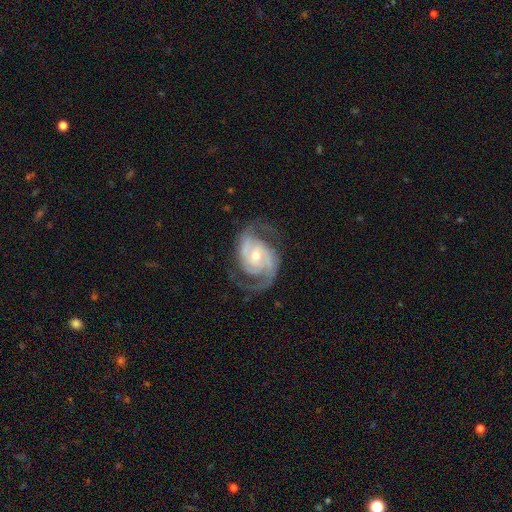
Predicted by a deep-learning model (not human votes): A featured or disk galaxy (92%) with no bar (51%), 2 (76%) medium (48%) spiral arms (98%) and a moderate central bulge (58%). Merging: none (72%).